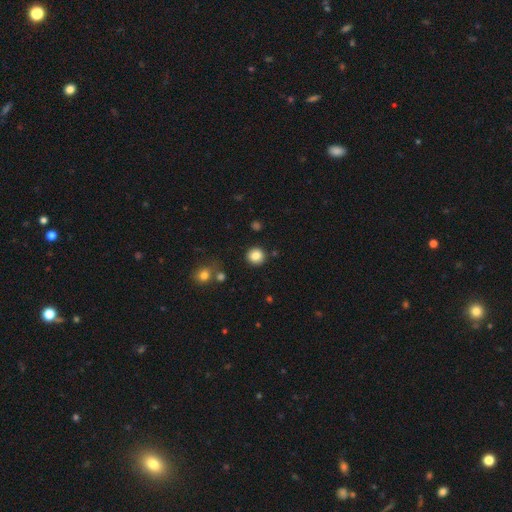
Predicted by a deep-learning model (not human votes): Overall: smooth (85%). How rounded: round (92%). Merging: none (89%).